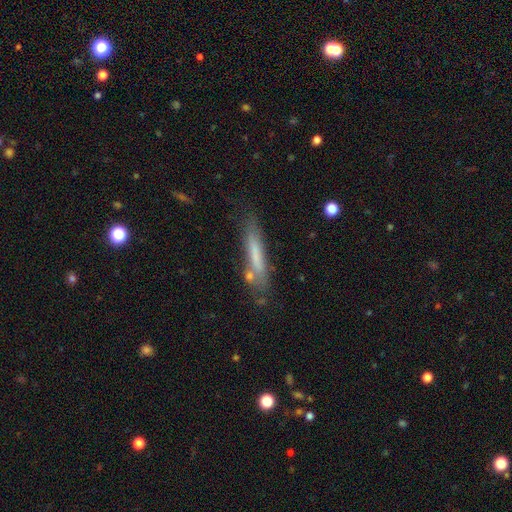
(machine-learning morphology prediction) A smooth galaxy with no disk features (62%) that is cigar-shaped (91%).

Vote fractions:
- Smooth or featured? smooth: 62% / featured or disk: 30% / star or artifact: 8%
- How rounded? cigar-shaped: 91% / in between: 8% / round: 1%
- Merging? none: 69% / minor disturbance: 19% / merger: 7% / major disturbance: 6%